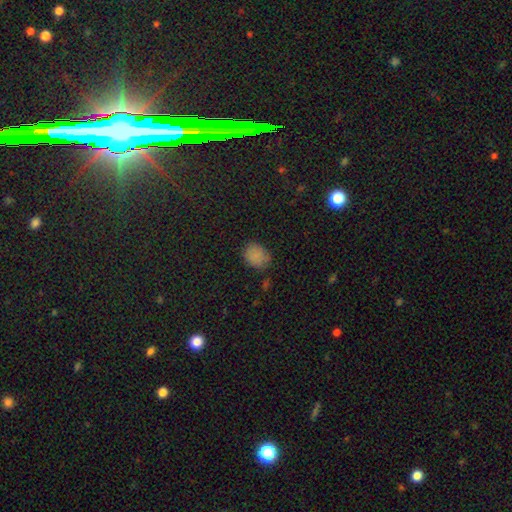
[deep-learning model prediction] smooth-or-featured: smooth: 81% | star or artifact: 13% | featured or disk: 6%
  how-rounded: round: 52% | in between: 47% | cigar-shaped: 1%
  merging: none: 73% | minor disturbance: 20% | major disturbance: 4% | merger: 2%